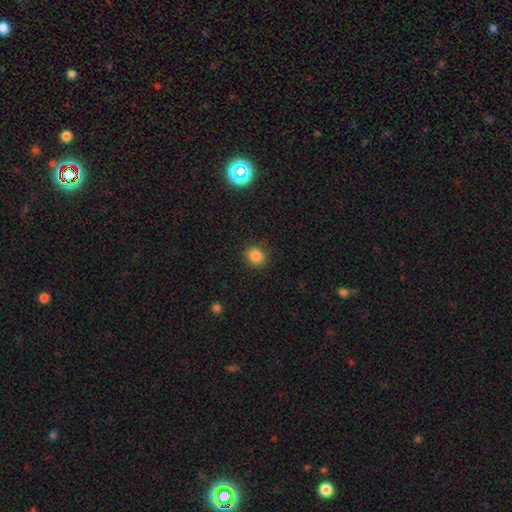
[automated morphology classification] Overall: smooth (84%). How rounded: round (85%). Merging: none (89%).